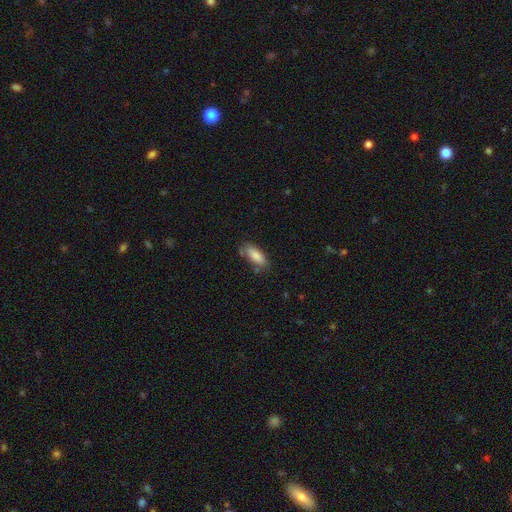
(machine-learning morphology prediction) This is clearly a smooth galaxy (84%). How rounded: likely in between (73%). Merging: likely none (70%).